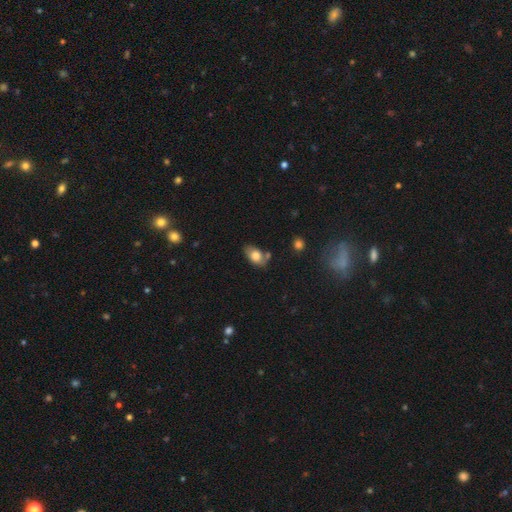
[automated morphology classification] Smooth or featured? Predicted: smooth (p=0.76). How rounded? Predicted: in between (p=0.88). Merging? Predicted: none (p=0.60).